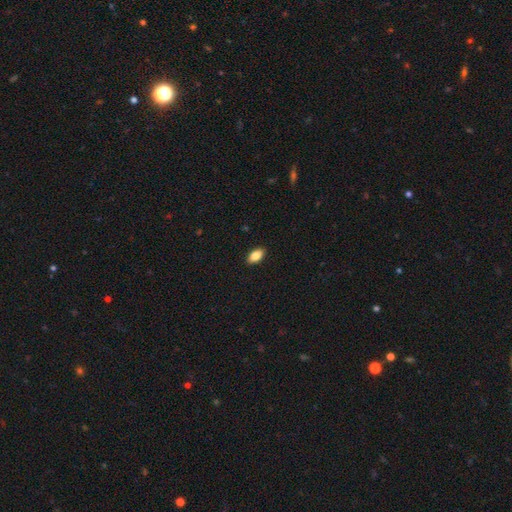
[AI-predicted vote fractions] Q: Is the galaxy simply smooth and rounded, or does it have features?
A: smooth — 84%.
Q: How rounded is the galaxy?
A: in between — 91%.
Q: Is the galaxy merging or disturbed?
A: none — 90%.